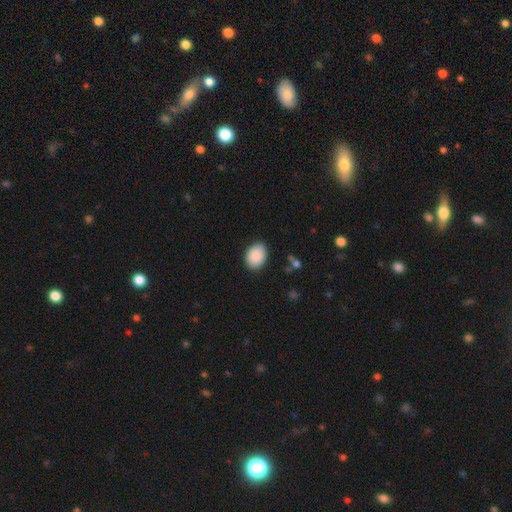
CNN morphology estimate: smooth 90%, star or artifact 7%, featured or disk 4%. Down the decision tree: how rounded — in between (69%); merging — none (82%).